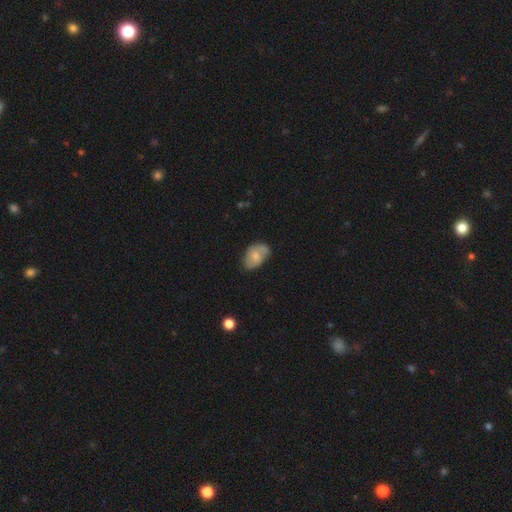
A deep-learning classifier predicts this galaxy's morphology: smooth 58%, featured or disk 35%, star or artifact 7%. Down the decision tree: how rounded — in between (87%); merging — none (55%).